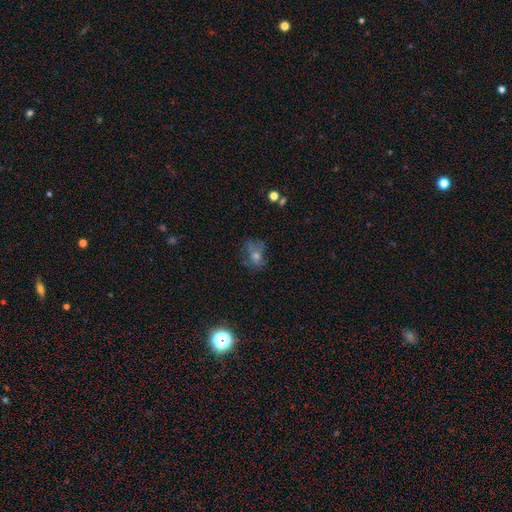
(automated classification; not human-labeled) Smooth or featured: smooth — 36% (tied with featured or disk — 36%)
Merging: none — 59% (minor disturbance — 21%)